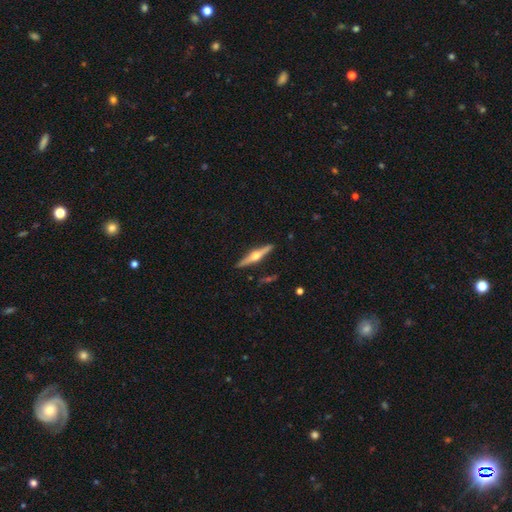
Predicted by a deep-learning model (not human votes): smooth_or_featured: featured or disk (p=0.79) [alt: smooth p=0.16]
disk_edge_on: yes (p=0.98) [alt: no p=0.02]
edge_on_bulge: rounded (p=0.96) [alt: boxy p=0.02]
merging: none (p=0.91) [alt: minor disturbance p=0.06]